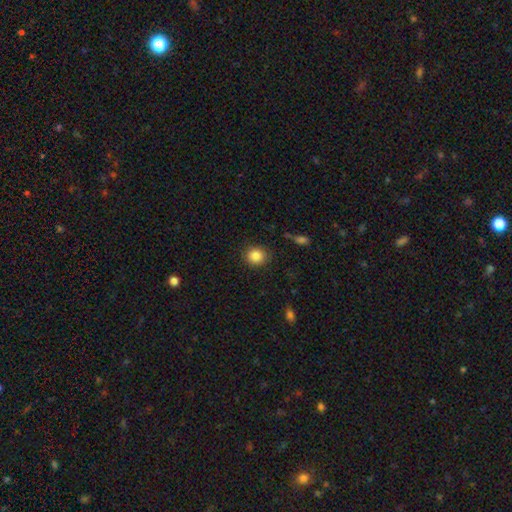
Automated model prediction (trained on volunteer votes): Q: Smooth or featured?
A: smooth (86%); runner-up: star or artifact (10%)
Q: How rounded?
A: round (82%); runner-up: in between (17%)
Q: Merging?
A: none (87%); runner-up: minor disturbance (9%)